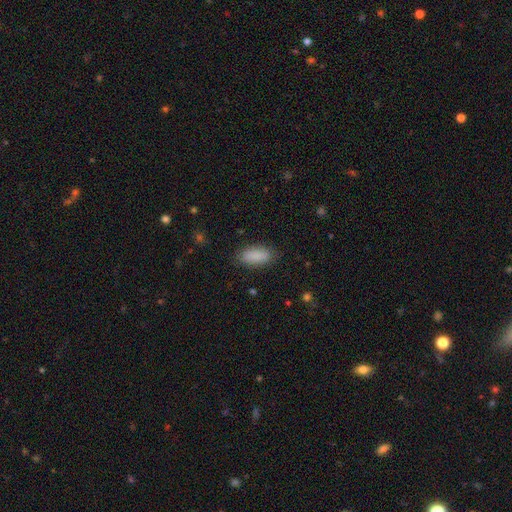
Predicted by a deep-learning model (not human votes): smooth 89%, star or artifact 7%, featured or disk 4%. Down the decision tree: how rounded — in between (86%); merging — none (86%).